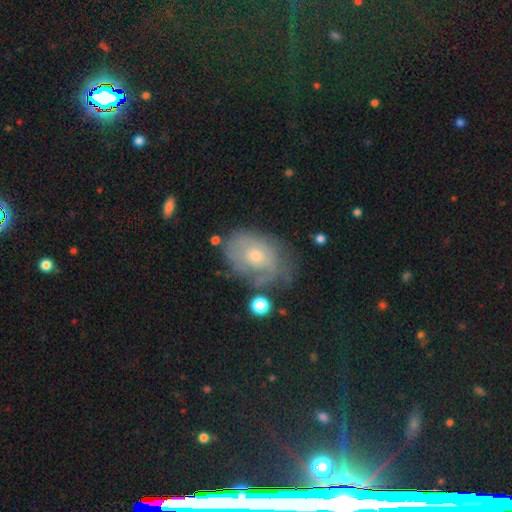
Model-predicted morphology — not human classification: smooth-or-featured: featured or disk: 60% | smooth: 29% | star or artifact: 11%
  disk-edge-on: no: 95% | yes: 5%
    bar: no: 79% | weak: 18% | strong: 3%
    has-spiral-arms: yes: 71% | no: 29%
    bulge-size: small: 57% | moderate: 39% | large: 2% | none: 1% | dominant: 1%
  merging: none: 53% | minor disturbance: 28% | major disturbance: 15% | merger: 4%